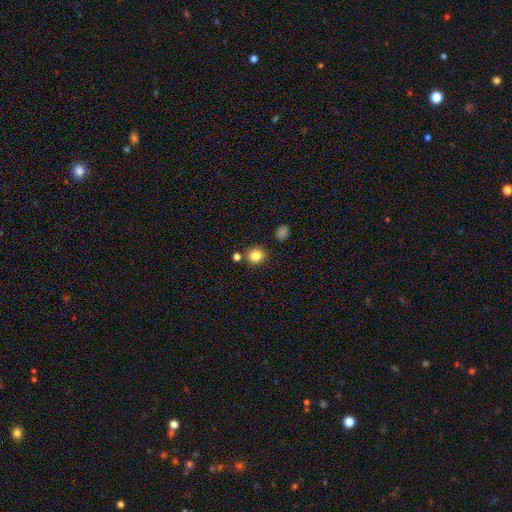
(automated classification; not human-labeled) smooth 84%, star or artifact 11%, featured or disk 5%. Down the decision tree: how rounded — round (88%); merging — none (83%).